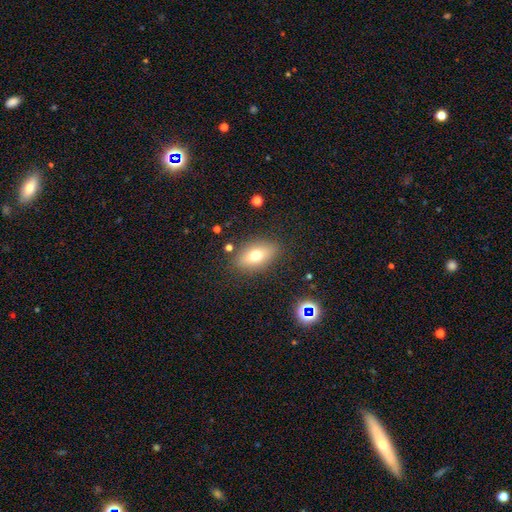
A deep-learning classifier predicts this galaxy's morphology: Smooth or featured: smooth — 68% (featured or disk — 21%)
How rounded: in between — 84% (round — 11%)
Merging: none — 84% (minor disturbance — 11%)